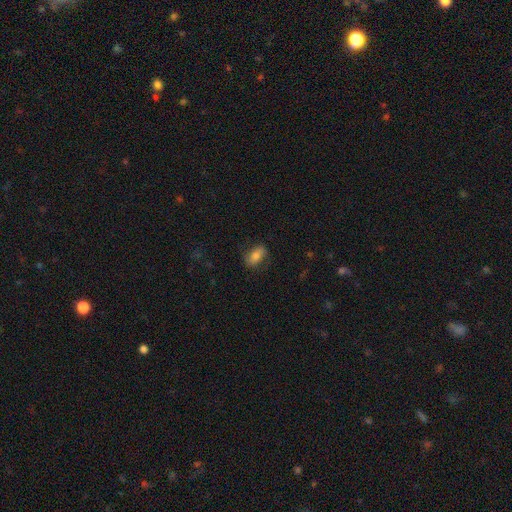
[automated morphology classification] Smooth or featured? Predicted: smooth (p=0.70). How rounded? Predicted: in between (p=0.85). Merging? Predicted: none (p=0.77).